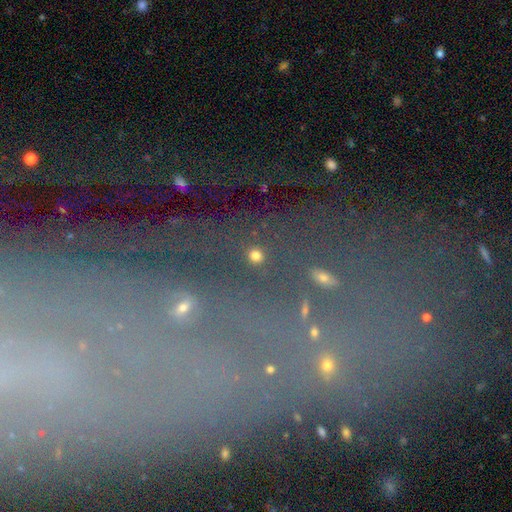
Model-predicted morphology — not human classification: A smooth galaxy with no disk features (67%) that is round (89%).

Vote fractions:
- Smooth or featured? smooth: 67% / star or artifact: 27% / featured or disk: 7%
- How rounded? round: 89% / in between: 9% / cigar-shaped: 2%
- Merging? none: 83% / merger: 7% / minor disturbance: 7% / major disturbance: 4%